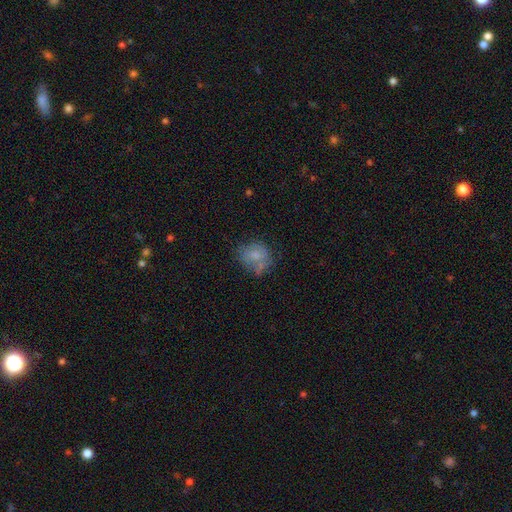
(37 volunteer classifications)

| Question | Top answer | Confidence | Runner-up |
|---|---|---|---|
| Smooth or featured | smooth | 81% | featured or disk (11%) |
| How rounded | round | 63% | in between (37%) |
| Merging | none | 62% | minor disturbance (32%) |